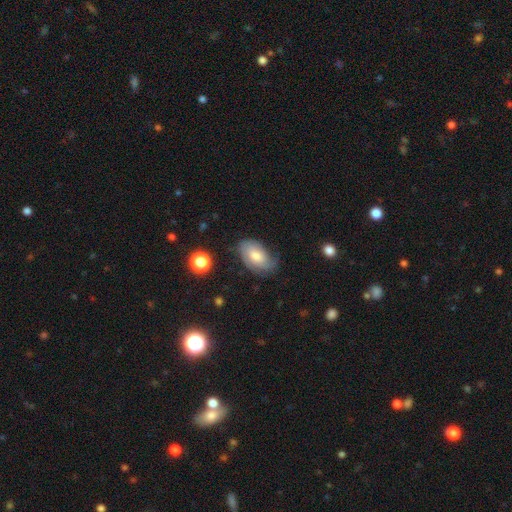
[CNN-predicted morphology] Smooth or featured? Predicted: smooth (p=0.49). Merging? Predicted: none (p=0.61).